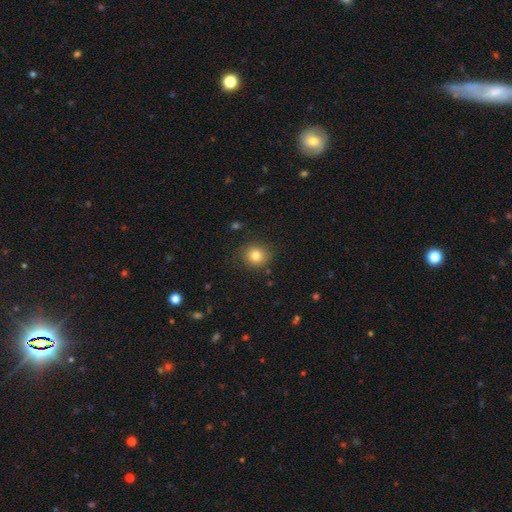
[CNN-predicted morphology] The model was most divided on "smooth or featured": smooth: 81%, star or artifact: 11%, featured or disk: 7%. More confident: merging — none (87%); how rounded — round (86%).